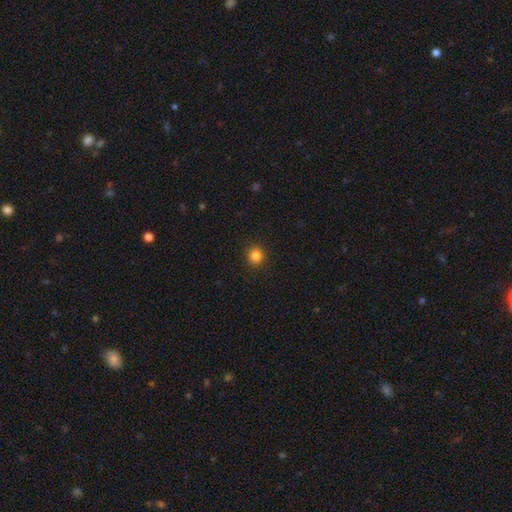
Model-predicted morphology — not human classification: Q: Smooth or featured?
A: smooth (84%); runner-up: star or artifact (12%)
Q: How rounded?
A: round (93%); runner-up: in between (6%)
Q: Merging?
A: none (92%); runner-up: minor disturbance (5%)